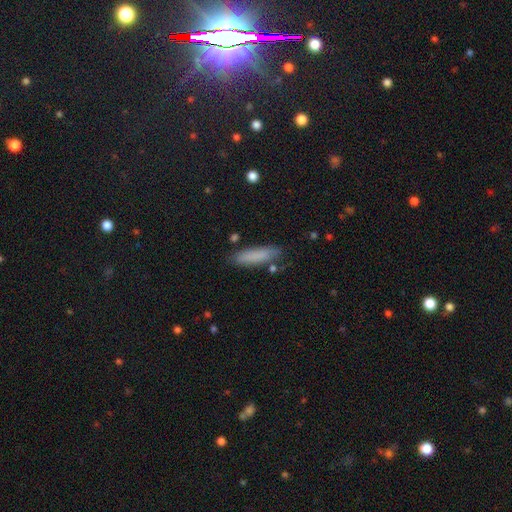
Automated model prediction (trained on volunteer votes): Smooth or featured? smooth (82%)
How rounded? cigar-shaped (72%)
Merging? none (80%)